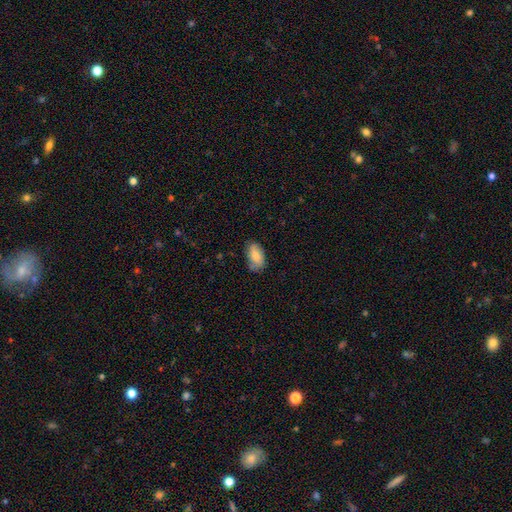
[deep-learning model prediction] This appears to be a smooth galaxy with no disk features (83%) that is in between round and cigar-shaped (93%). Merging: none (72%).